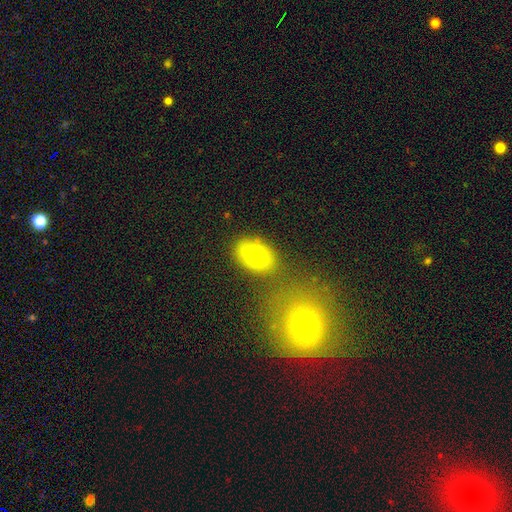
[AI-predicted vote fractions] smooth-or-featured: smooth: 57% | featured or disk: 33% | star or artifact: 10%
  how-rounded: in between: 82% | round: 17% | cigar-shaped: 1%
  merging: none: 66% | minor disturbance: 19% | merger: 9% | major disturbance: 6%